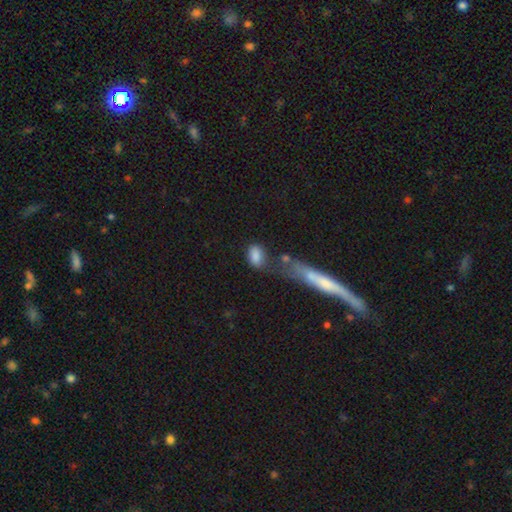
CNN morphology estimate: A smooth galaxy with no disk features (83%) that is in between round and cigar-shaped (85%). Merging: none (43%).